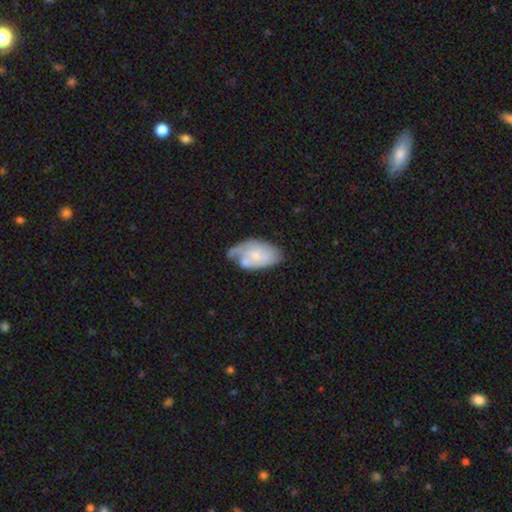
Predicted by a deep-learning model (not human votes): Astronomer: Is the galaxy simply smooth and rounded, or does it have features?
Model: featured or disk — 54% (runner-up: smooth, 39%).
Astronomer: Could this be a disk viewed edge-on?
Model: no — 96%.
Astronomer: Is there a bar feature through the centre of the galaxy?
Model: no — 76%.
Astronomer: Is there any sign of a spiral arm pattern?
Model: yes — 69%.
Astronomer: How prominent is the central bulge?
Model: small — 54%.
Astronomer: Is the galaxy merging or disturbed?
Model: none — 36% (runner-up: minor disturbance, 33%).